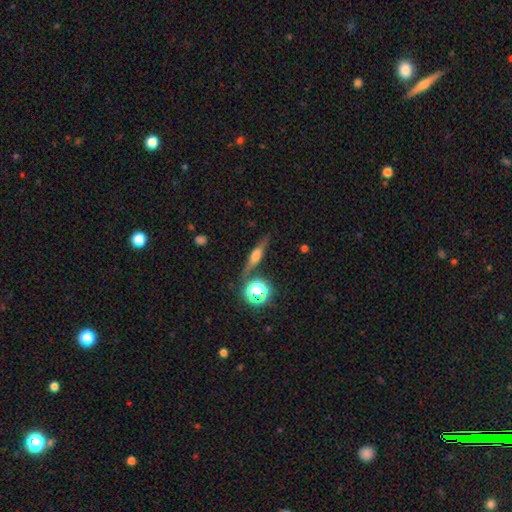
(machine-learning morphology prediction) smooth-or-featured: featured or disk: 56% | smooth: 30% | star or artifact: 14%
  disk-edge-on: yes: 91% | no: 9%
    edge-on-bulge: rounded: 79% | boxy: 16% | none: 5%
  merging: none: 79% | minor disturbance: 12% | merger: 5% | major disturbance: 4%